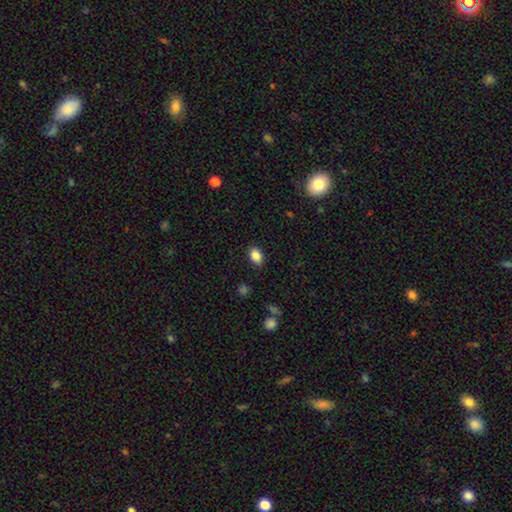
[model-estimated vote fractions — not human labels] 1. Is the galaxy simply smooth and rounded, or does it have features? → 86% smooth, 9% star or artifact, 6% featured or disk.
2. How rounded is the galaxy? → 85% in between, 14% round, 2% cigar-shaped.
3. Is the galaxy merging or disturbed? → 87% none, 9% minor disturbance, 2% major disturbance, 1% merger.